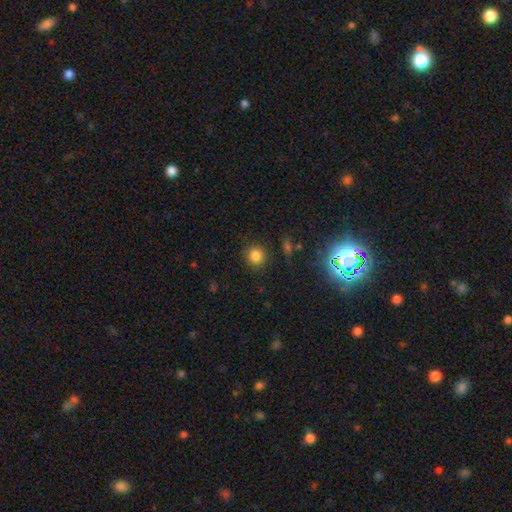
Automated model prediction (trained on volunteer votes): This appears to be a smooth galaxy with no disk features (81%) that is round (91%). Merging: none (88%).